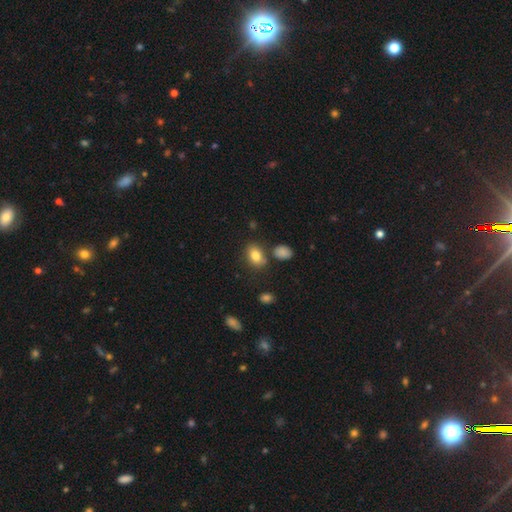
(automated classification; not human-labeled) smooth-or-featured: smooth: 82% | star or artifact: 10% | featured or disk: 8%
  how-rounded: in between: 75% | round: 23% | cigar-shaped: 2%
  merging: none: 70% | minor disturbance: 14% | merger: 11% | major disturbance: 4%